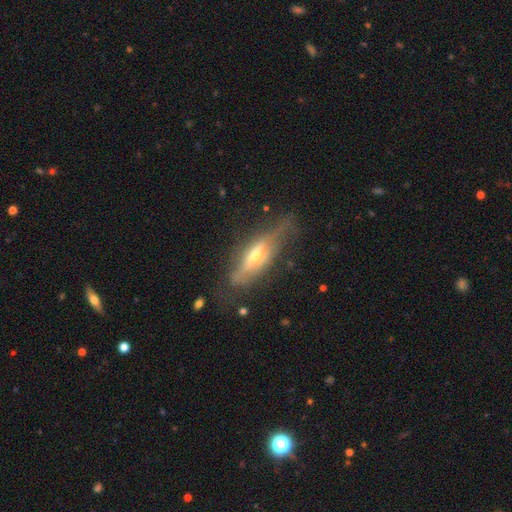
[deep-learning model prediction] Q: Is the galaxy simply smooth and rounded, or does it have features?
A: featured or disk — 72%.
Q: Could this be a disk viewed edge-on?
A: yes — 84%.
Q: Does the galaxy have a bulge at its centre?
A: rounded — 86%.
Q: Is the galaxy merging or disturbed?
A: none — 65%.